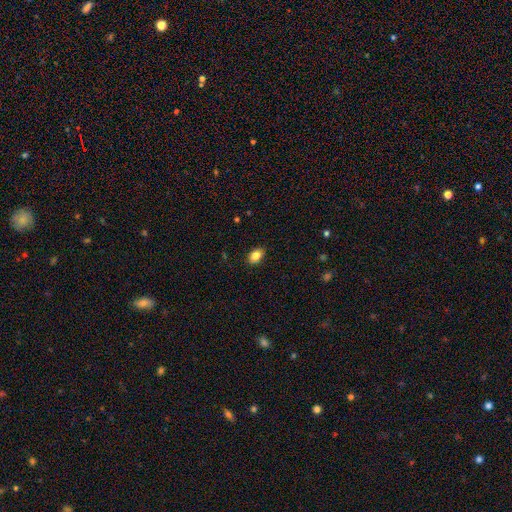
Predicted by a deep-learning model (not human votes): The model was most divided on "how rounded": in between: 84%, round: 15%, cigar-shaped: 1%. More confident: merging — none (88%); smooth or featured — smooth (86%).